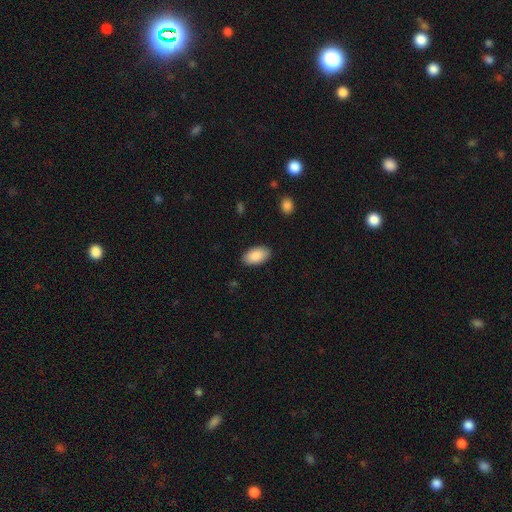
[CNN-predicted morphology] Overall: smooth (90%). How rounded: in between (95%). Merging: none (87%).